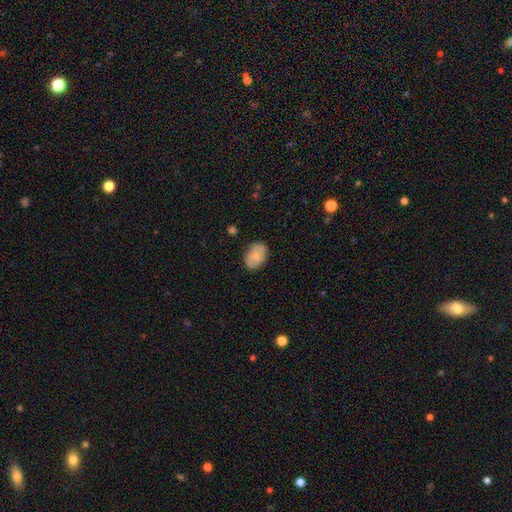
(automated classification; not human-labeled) Smooth or featured? smooth (75%)
How rounded? in between (82%)
Merging? none (79%)